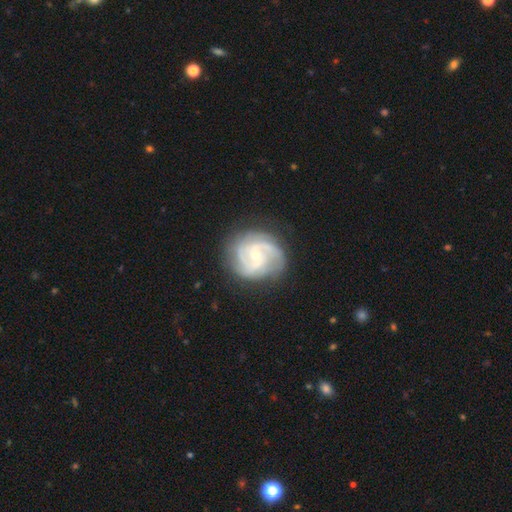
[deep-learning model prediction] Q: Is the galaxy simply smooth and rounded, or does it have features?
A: featured or disk — 87%.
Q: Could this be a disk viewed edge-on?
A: no — 98%.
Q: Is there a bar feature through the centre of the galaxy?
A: no — 45%.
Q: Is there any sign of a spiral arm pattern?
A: yes — 97%.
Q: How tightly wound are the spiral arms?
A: medium — 49%.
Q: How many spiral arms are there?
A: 2 — 49%.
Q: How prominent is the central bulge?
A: small — 66%.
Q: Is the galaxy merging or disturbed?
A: none — 77%.